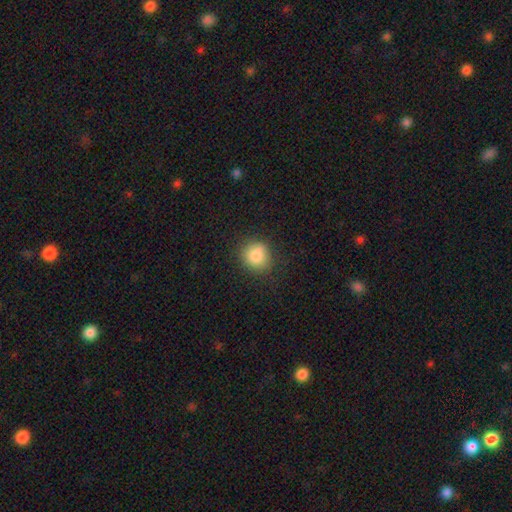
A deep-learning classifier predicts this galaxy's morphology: smooth 84%, star or artifact 10%, featured or disk 6%. Down the decision tree: how rounded — round (85%); merging — none (82%).